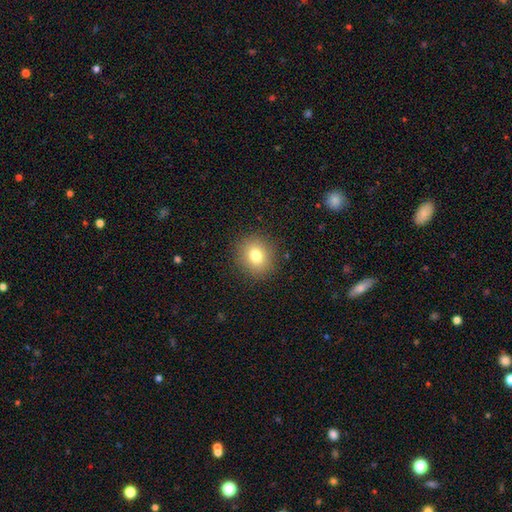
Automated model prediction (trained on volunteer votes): Smooth or featured? smooth (78%)
How rounded? round (81%)
Merging? none (89%)